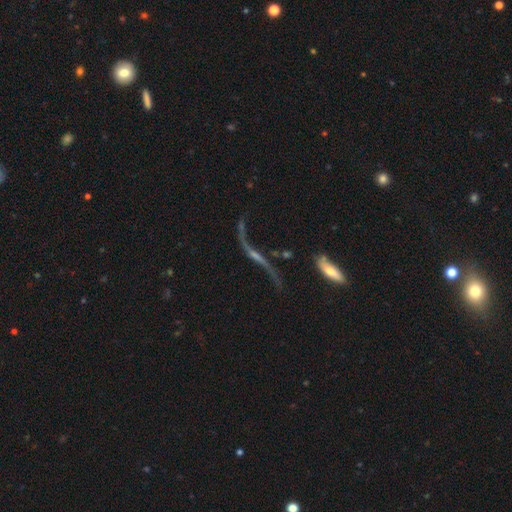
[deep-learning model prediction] A featured or disk galaxy (82%) with no bar (44%), 2 (91%) loose (94%) spiral arms (89%) and a small central bulge (49%).

Vote fractions:
- Smooth or featured? featured or disk: 82% / star or artifact: 10% / smooth: 8%
- Edge-on disk? no: 74% / yes: 26%
- Bar? no: 44% / weak: 33% / strong: 24%
- Spiral arms? yes: 89% / no: 11%
- Spiral winding? loose: 94% / medium: 4% / tight: 2%
- Spiral arm count? 2: 91% / 1: 5% / can't tell: 2% / 3: 1% / 4: 1% / more than 4: 1%
- Bulge size? small: 49% / none: 30% / moderate: 16% / large: 3% / dominant: 2%
- Merging? none: 51% / major disturbance: 23% / minor disturbance: 17% / merger: 9%